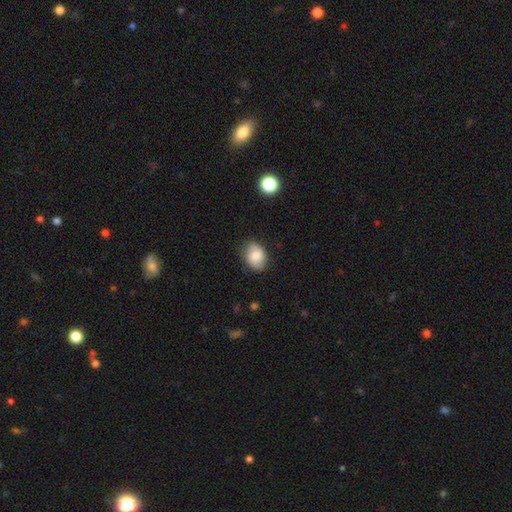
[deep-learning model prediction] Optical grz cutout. It shows a smooth galaxy with no disk features (75%) that is in between round and cigar-shaped (75%). Merging: none (78%).